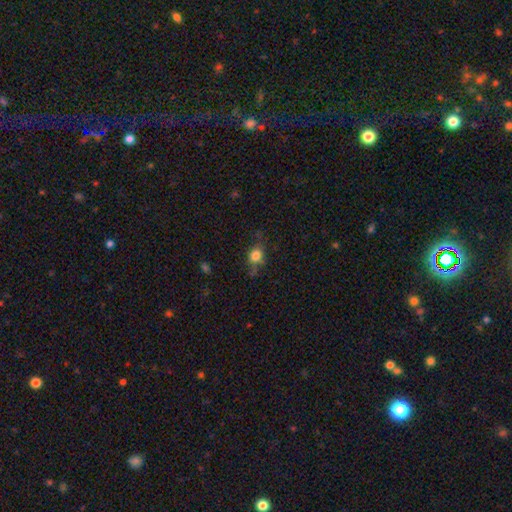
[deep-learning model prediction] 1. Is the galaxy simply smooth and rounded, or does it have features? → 81% smooth, 11% star or artifact, 8% featured or disk.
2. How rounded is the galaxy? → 56% round, 42% in between, 2% cigar-shaped.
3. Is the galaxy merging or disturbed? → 65% none, 23% minor disturbance, 8% major disturbance, 4% merger.